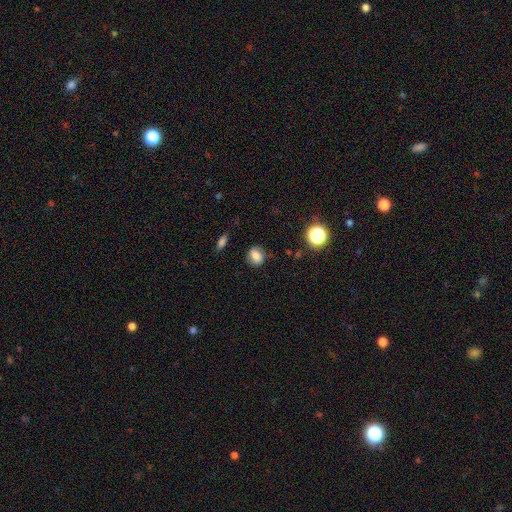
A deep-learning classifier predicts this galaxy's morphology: Overall: smooth (78%). How rounded: round (54%; in between 45%). Merging: none (80%).